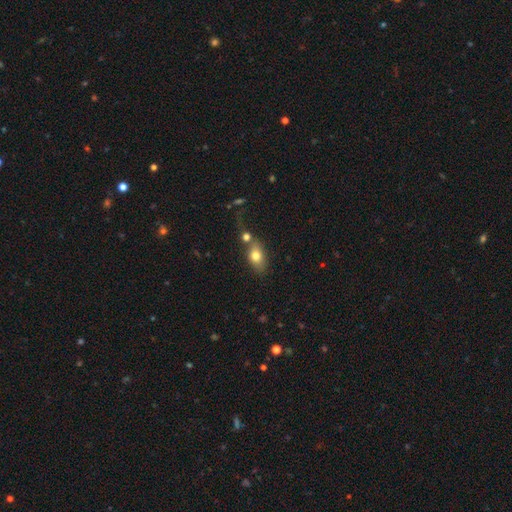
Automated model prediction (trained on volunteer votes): A smooth galaxy with no disk features (77%) that is in between round and cigar-shaped (80%). Merging: none (48%).